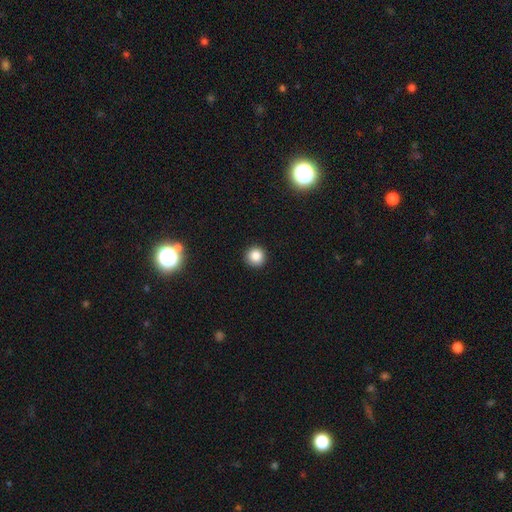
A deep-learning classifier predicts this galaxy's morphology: Q: Smooth or featured?
A: smooth (86%); runner-up: star or artifact (11%)
Q: How rounded?
A: round (95%); runner-up: in between (4%)
Q: Merging?
A: none (91%); runner-up: minor disturbance (6%)